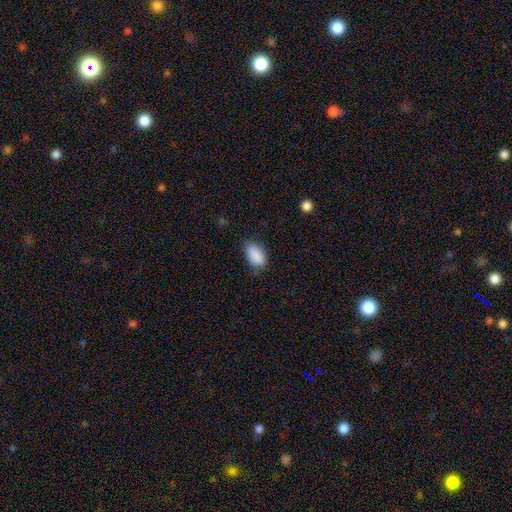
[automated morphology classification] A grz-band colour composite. It shows a smooth galaxy with no disk features (89%) that is in between round and cigar-shaped (93%). Merging: none (78%).